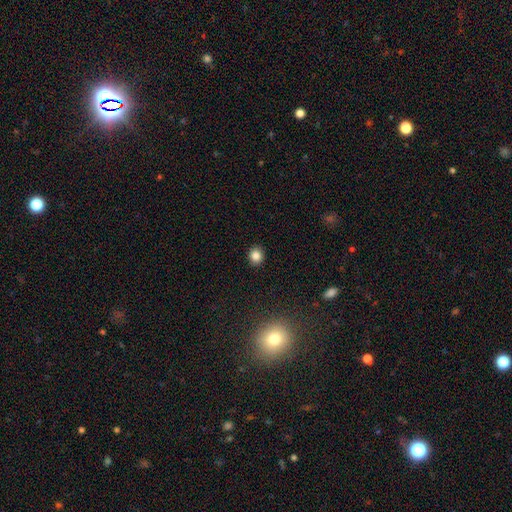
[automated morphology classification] Smooth or featured: smooth — 83% (star or artifact — 12%)
How rounded: round — 79% (in between — 20%)
Merging: none — 91% (minor disturbance — 6%)